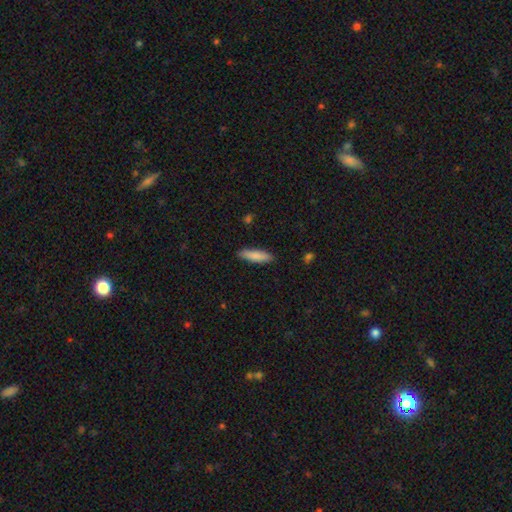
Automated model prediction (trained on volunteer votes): Smooth or featured? Predicted: smooth (p=0.85). How rounded? Predicted: cigar-shaped (p=0.70). Merging? Predicted: none (p=0.88).